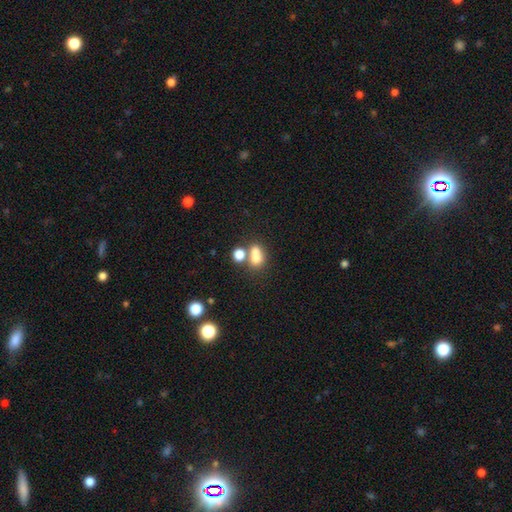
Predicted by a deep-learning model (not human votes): A smooth galaxy with no disk features (71%) that is in between round and cigar-shaped (57%). Merging: merger (52%).